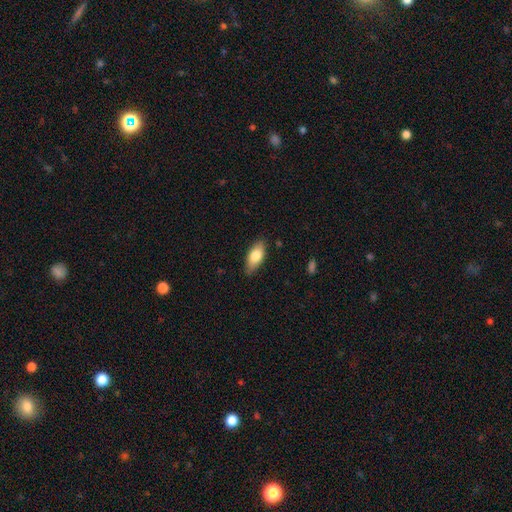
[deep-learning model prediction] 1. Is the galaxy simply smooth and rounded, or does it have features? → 77% smooth, 17% featured or disk, 6% star or artifact.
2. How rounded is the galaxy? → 83% in between, 14% cigar-shaped, 3% round.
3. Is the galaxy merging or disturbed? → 84% none, 13% minor disturbance, 2% major disturbance, 1% merger.